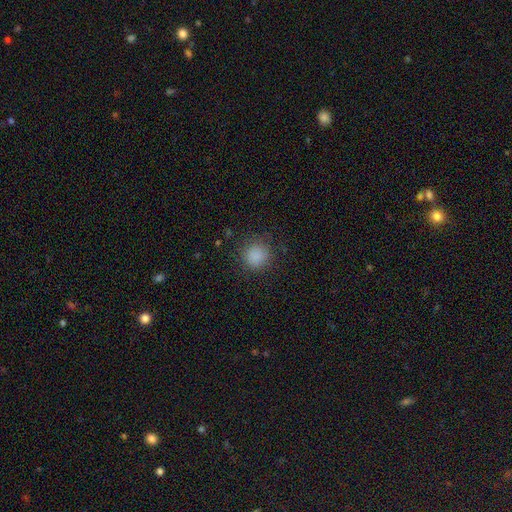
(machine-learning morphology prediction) type=smooth (85%); roundness=round (90%); merging=none (84%).